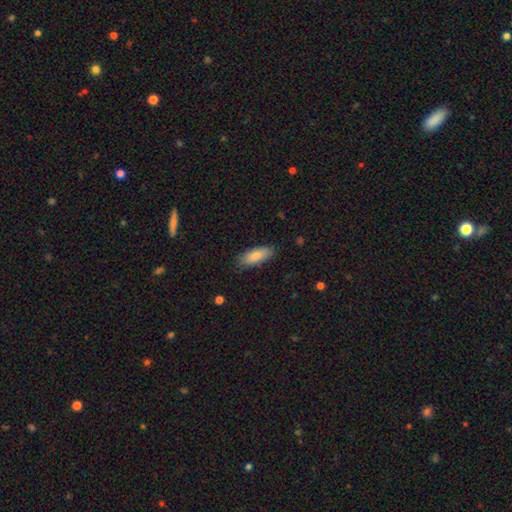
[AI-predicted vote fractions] Overall: smooth (84%). How rounded: in between (74%). Merging: none (81%).